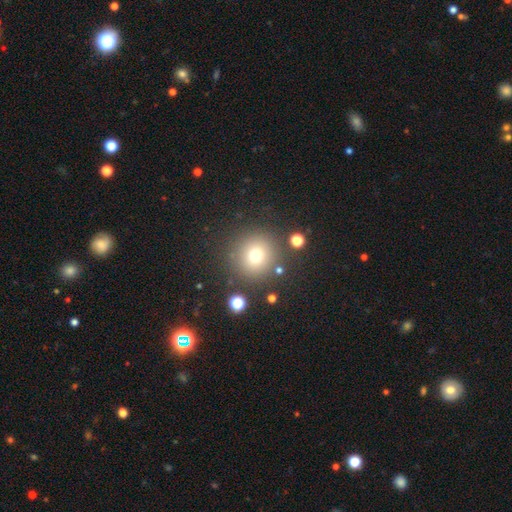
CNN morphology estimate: This appears to be a smooth galaxy with no disk features (72%) that is round (94%). Merging: none (85%).